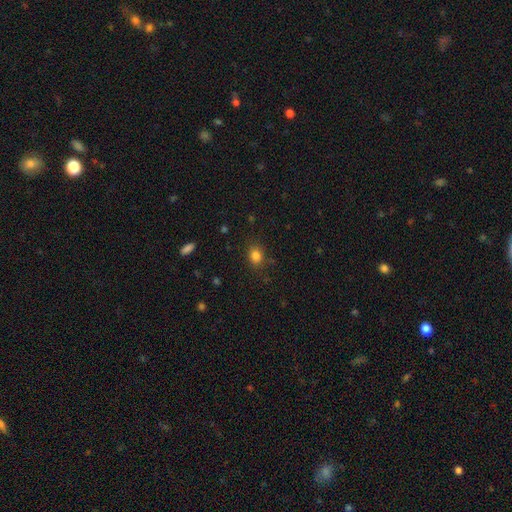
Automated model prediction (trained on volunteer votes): A smooth galaxy with no disk features (83%) that is round (53%).

Vote fractions:
- Smooth or featured? smooth: 83% / star or artifact: 12% / featured or disk: 5%
- How rounded? round: 53% / in between: 46% / cigar-shaped: 1%
- Merging? none: 82% / minor disturbance: 13% / major disturbance: 4% / merger: 2%